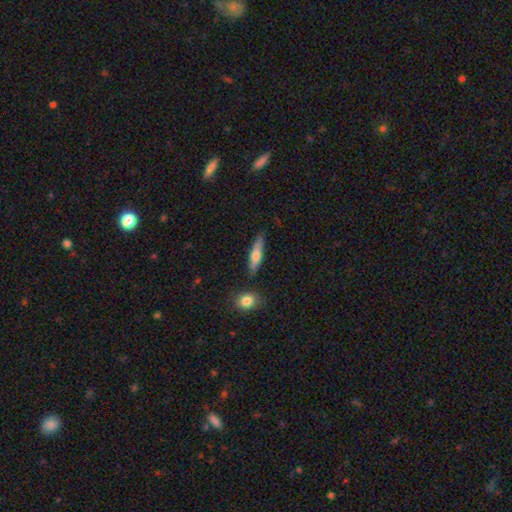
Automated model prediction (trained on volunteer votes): Smooth or featured: smooth — 56% (featured or disk — 37%)
How rounded: cigar-shaped — 75% (in between — 22%)
Merging: none — 81% (minor disturbance — 13%)